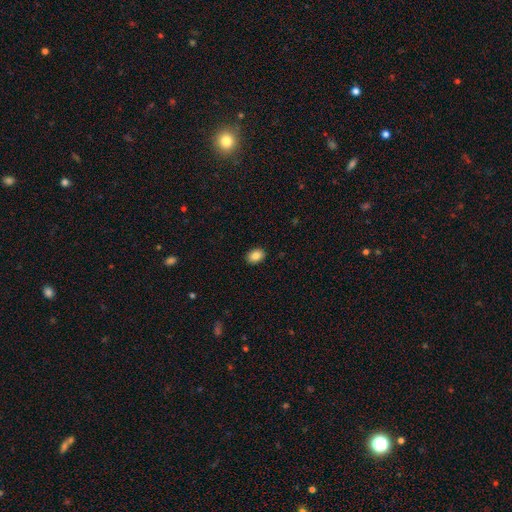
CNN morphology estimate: Overall: smooth (86%). How rounded: in between (76%). Merging: none (90%).